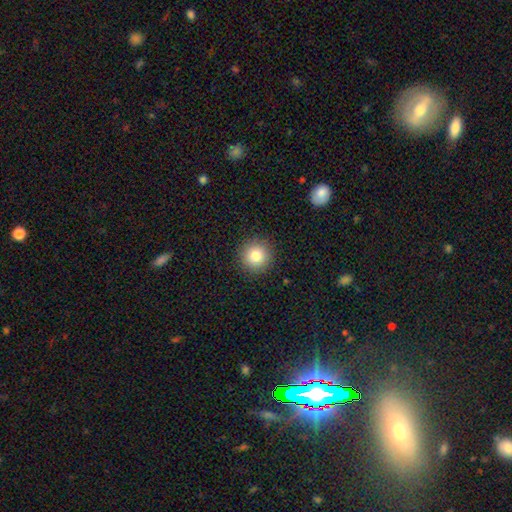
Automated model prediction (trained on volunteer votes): smooth 81%, star or artifact 11%, featured or disk 8%. Down the decision tree: how rounded — round (95%); merging — none (92%).